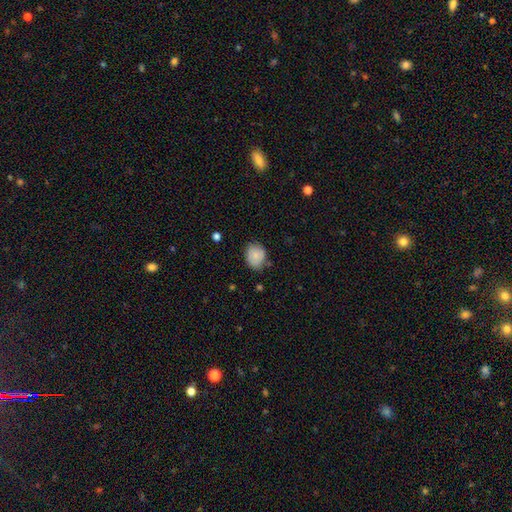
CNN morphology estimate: Q: Smooth or featured?
A: smooth (79%); runner-up: featured or disk (13%)
Q: How rounded?
A: round (60%); runner-up: in between (39%)
Q: Merging?
A: none (70%); runner-up: minor disturbance (24%)